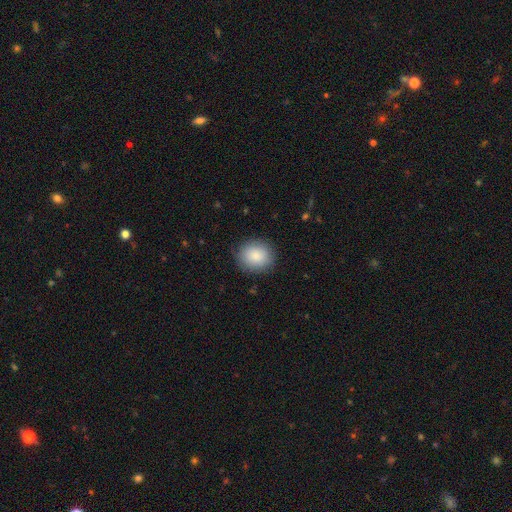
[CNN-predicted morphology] This appears to be a smooth galaxy with no disk features (88%) that is round (78%). Merging: none (88%).